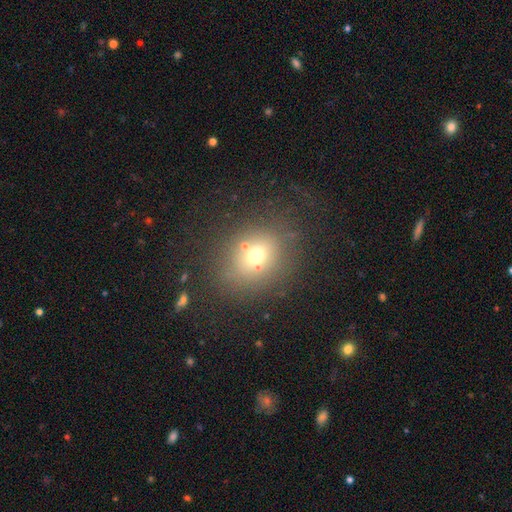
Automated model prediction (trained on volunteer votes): Morphology: type=smooth (64%); roundness=round (65%); merging=none (68%).